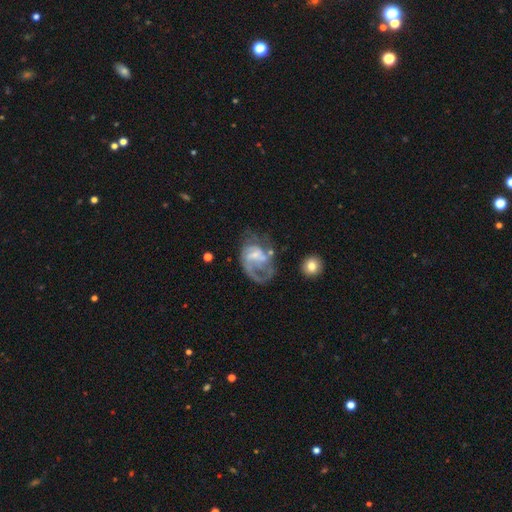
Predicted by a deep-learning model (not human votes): Smooth or featured? featured or disk (74%)
Edge-on disk? no (98%)
Bar? no (45%)
Spiral arms? yes (75%)
Spiral winding? medium (41%)
Spiral arm count? 1 (32%)
Bulge size? small (53%)
Merging? major disturbance (44%)